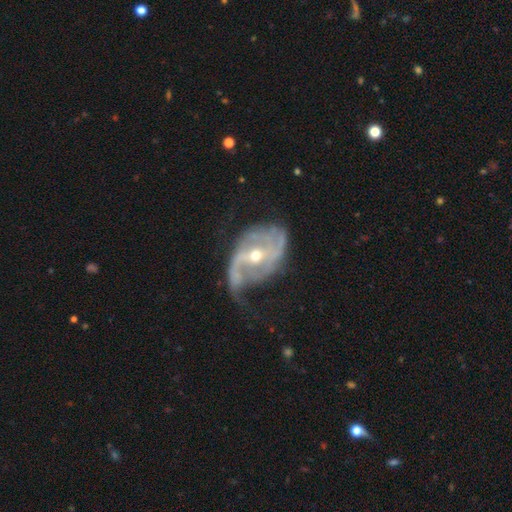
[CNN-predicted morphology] A featured or disk galaxy (86%) with a weak bar (37%), 2 (63%) loose (46%) spiral arms (90%) and a small central bulge (51%). Merging: major disturbance (36%, tied with none).